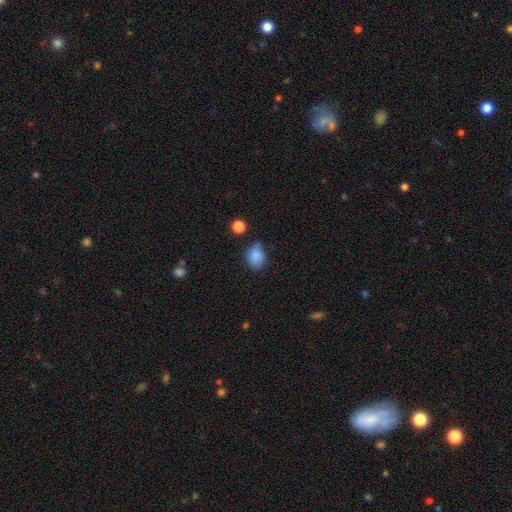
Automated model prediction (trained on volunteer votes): Smooth or featured: smooth — 84% (star or artifact — 10%)
How rounded: in between — 58% (round — 41%)
Merging: none — 57% (minor disturbance — 33%)